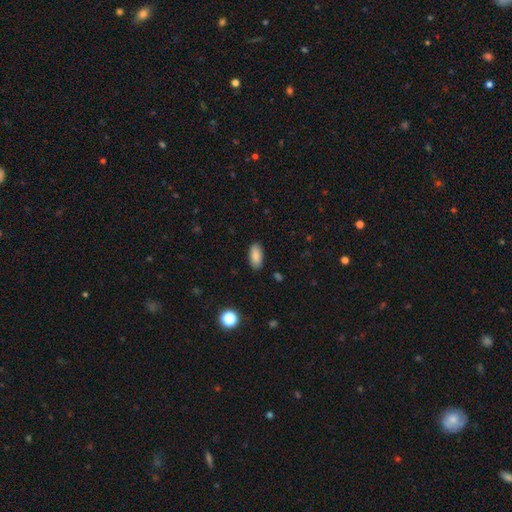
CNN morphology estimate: smooth 88%, star or artifact 7%, featured or disk 5%. Down the decision tree: how rounded — in between (91%); merging — none (87%).